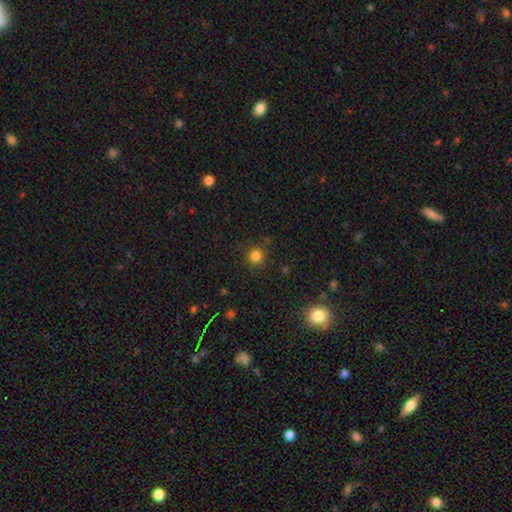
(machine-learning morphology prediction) Smooth or featured? smooth (82%)
How rounded? round (93%)
Merging? none (86%)